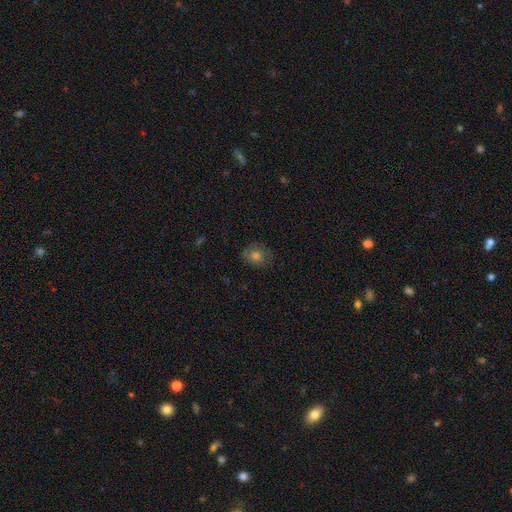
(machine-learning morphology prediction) Smooth or featured? Predicted: smooth (p=0.67). How rounded? Predicted: round (p=0.58). Merging? Predicted: none (p=0.72).